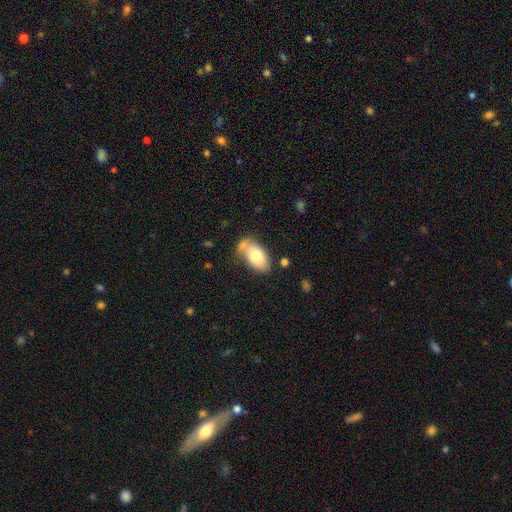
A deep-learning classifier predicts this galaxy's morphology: Smooth or featured?
  - smooth: 74% *
  - featured or disk: 19%
  - star or artifact: 7%
How rounded?
  - in between: 93% *
  - round: 4%
  - cigar-shaped: 3%
Merging?
  - none: 54% *
  - merger: 21%
  - minor disturbance: 19%
  - major disturbance: 6%